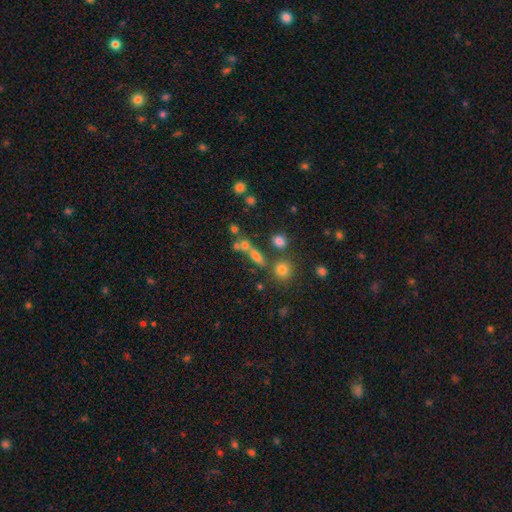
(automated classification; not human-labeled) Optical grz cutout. It shows a smooth galaxy with no disk features (62%) that is in between round and cigar-shaped (46%). Merging: none (51%).